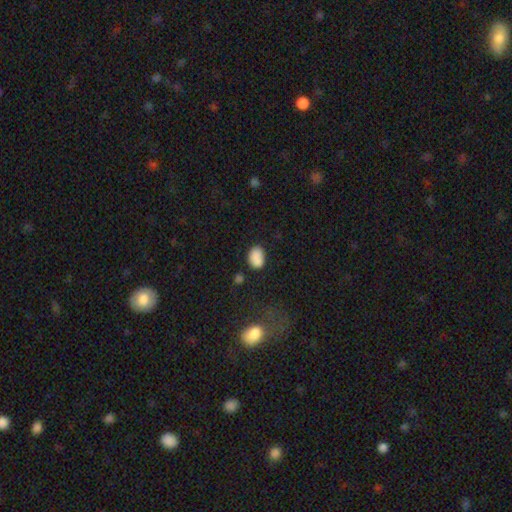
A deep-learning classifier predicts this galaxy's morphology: This is clearly a smooth galaxy (86%). How rounded: likely in between (79%). Merging: likely none (70%).